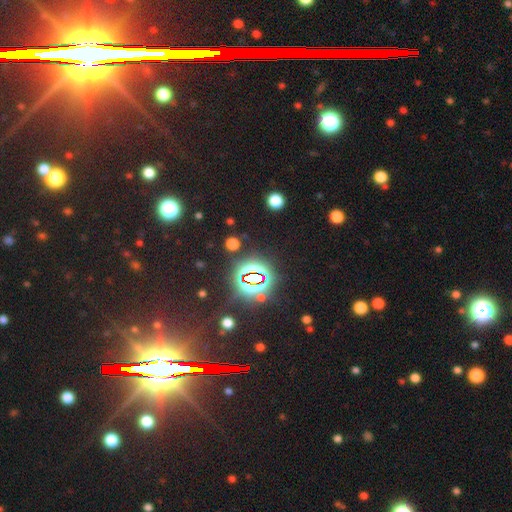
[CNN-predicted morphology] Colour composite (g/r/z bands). It shows a star or artifact, not a galaxy (81%).